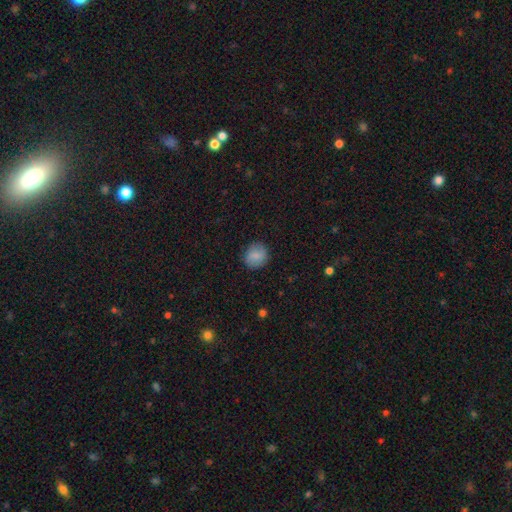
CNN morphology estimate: A smooth galaxy with no disk features (81%) that is round (84%).

Vote fractions:
- Smooth or featured? smooth: 81% / featured or disk: 11% / star or artifact: 8%
- How rounded? round: 84% / in between: 15% / cigar-shaped: 1%
- Merging? none: 86% / minor disturbance: 10% / major disturbance: 3% / merger: 1%